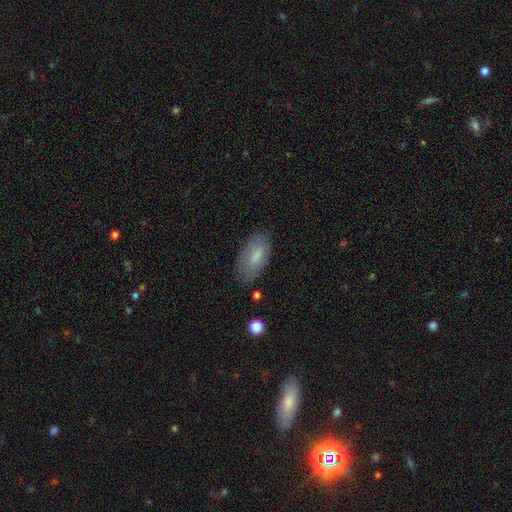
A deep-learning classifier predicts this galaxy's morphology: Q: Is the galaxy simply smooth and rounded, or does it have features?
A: smooth — 76%.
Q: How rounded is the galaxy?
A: in between — 91%.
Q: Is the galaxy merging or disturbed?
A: none — 74%.